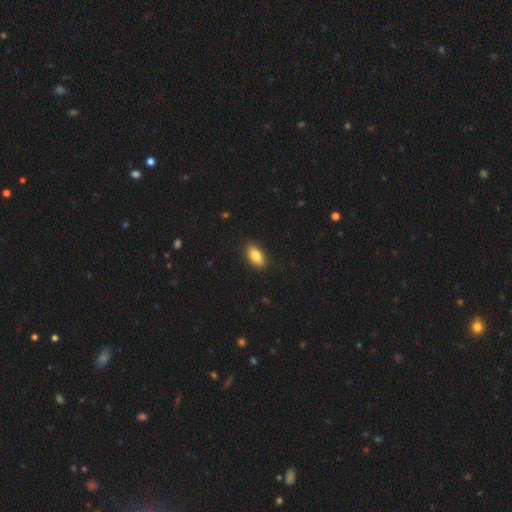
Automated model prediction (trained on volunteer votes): Smooth or featured: smooth — 84% (featured or disk — 9%)
How rounded: in between — 89% (cigar-shaped — 7%)
Merging: none — 87% (minor disturbance — 10%)